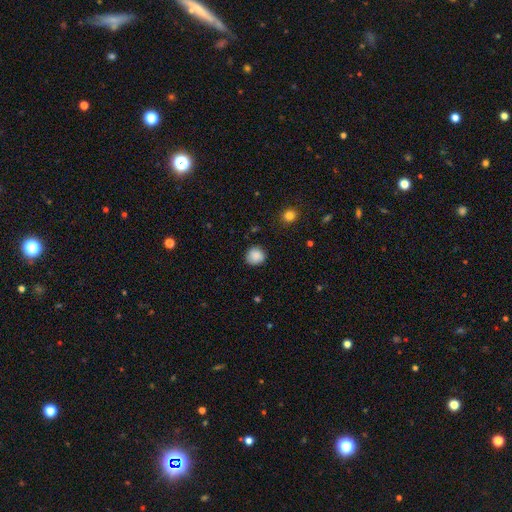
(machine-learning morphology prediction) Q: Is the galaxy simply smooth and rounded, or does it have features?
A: smooth — 88%.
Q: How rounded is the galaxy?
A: round — 88%.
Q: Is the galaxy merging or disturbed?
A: none — 85%.